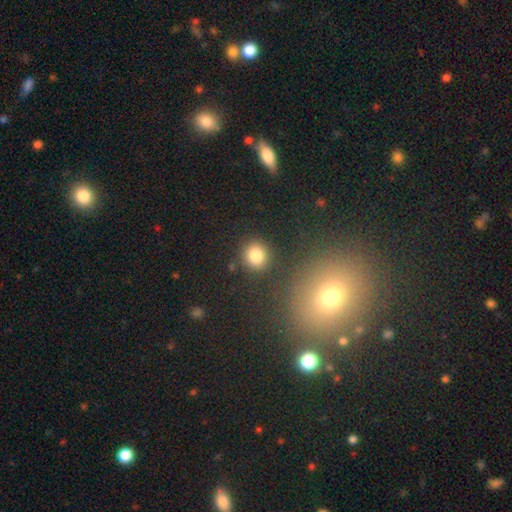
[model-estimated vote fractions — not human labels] smooth 82%, star or artifact 12%, featured or disk 6%. Down the decision tree: how rounded — round (87%); merging — none (85%).